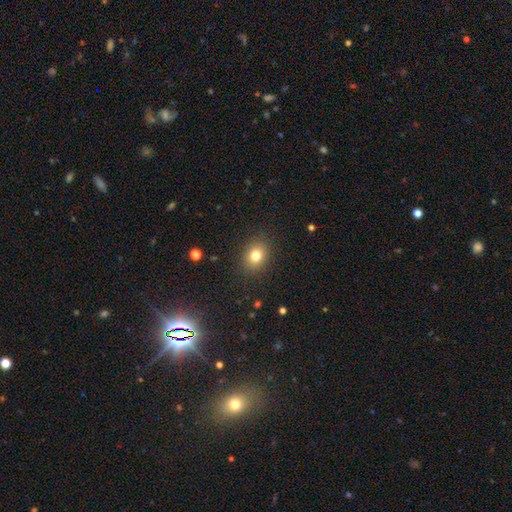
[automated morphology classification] smooth 80%, star or artifact 12%, featured or disk 8%. Down the decision tree: how rounded — round (56%); merging — none (88%).